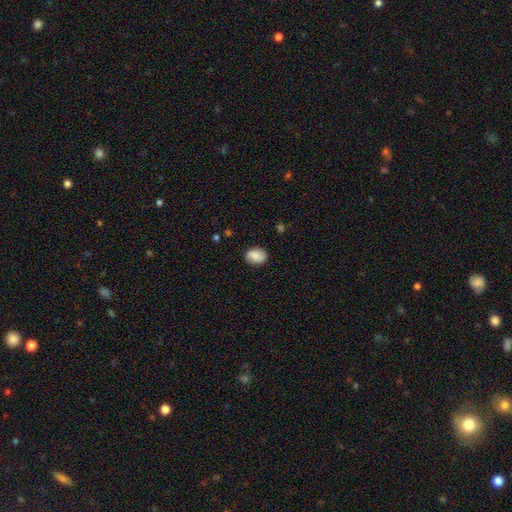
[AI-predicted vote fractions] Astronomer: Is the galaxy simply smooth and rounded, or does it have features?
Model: smooth — 85%.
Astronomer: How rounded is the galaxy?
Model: in between — 72%.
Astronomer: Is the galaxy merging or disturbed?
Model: none — 83%.